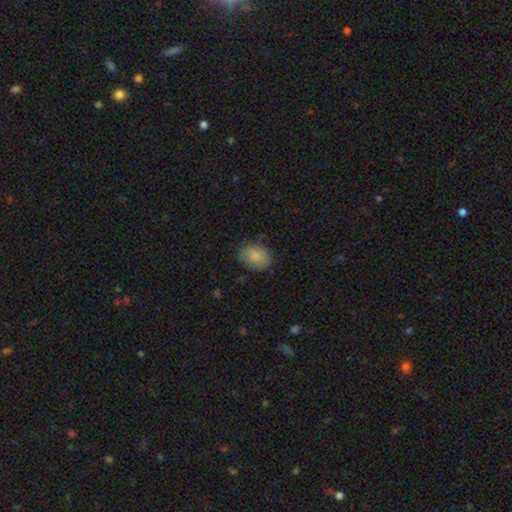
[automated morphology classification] smooth_or_featured: smooth (p=0.86) [alt: star or artifact p=0.07]
how_rounded: in between (p=0.67) [alt: round p=0.32]
merging: none (p=0.81) [alt: minor disturbance p=0.14]